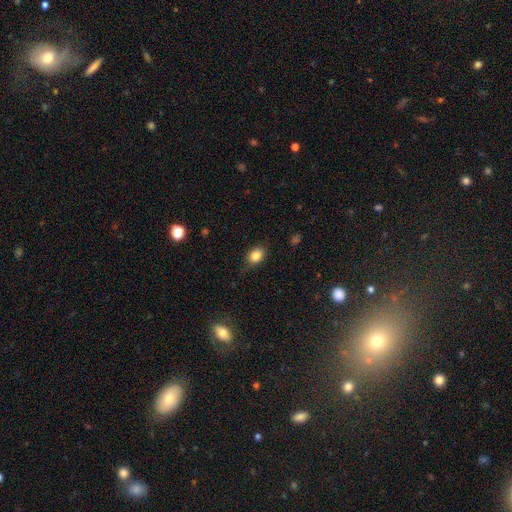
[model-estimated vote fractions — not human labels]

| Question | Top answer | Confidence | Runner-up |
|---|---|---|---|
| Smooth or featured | smooth | 83% | star or artifact (10%) |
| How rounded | in between | 60% | round (39%) |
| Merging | none | 73% | minor disturbance (21%) |